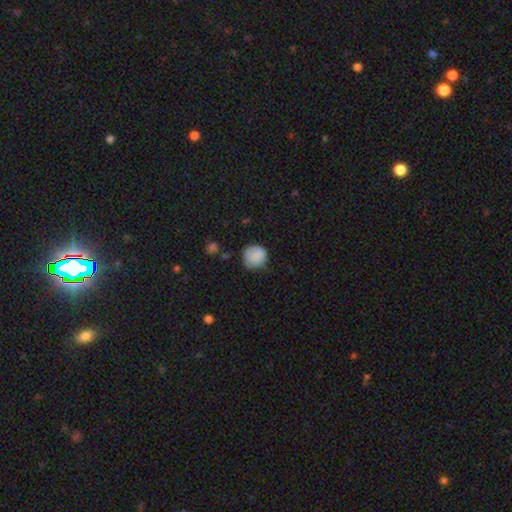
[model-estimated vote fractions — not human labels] Smooth or featured? Predicted: smooth (p=0.83). How rounded? Predicted: round (p=0.89). Merging? Predicted: none (p=0.70).